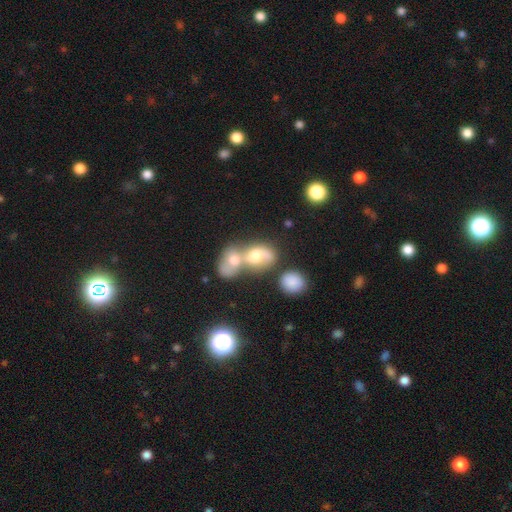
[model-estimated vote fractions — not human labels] Smooth or featured?
  - smooth: 58% *
  - featured or disk: 31%
  - star or artifact: 11%
How rounded?
  - in between: 59% *
  - round: 40%
  - cigar-shaped: 2%
Merging?
  - merger: 75% *
  - none: 12%
  - major disturbance: 7%
  - minor disturbance: 6%